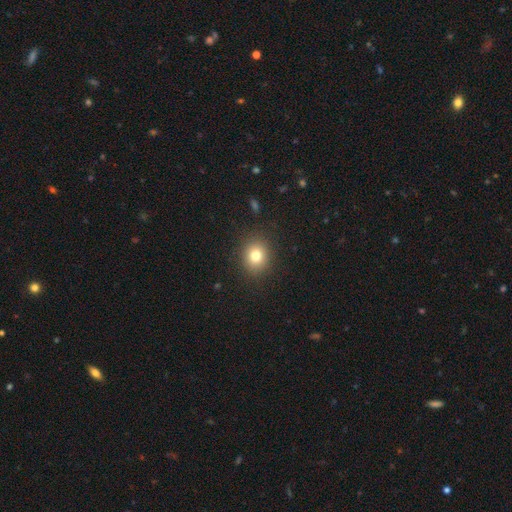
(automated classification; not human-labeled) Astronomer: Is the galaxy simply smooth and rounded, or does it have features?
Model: smooth — 79%.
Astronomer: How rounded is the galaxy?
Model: round — 75%.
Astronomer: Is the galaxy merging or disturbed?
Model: none — 89%.